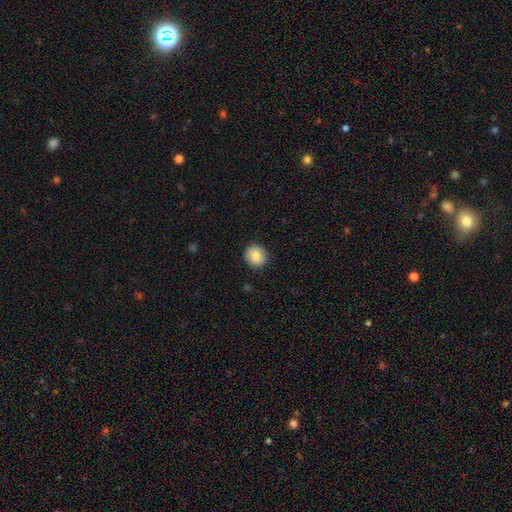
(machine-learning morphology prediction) type=smooth (83%); roundness=round (87%); merging=none (90%).